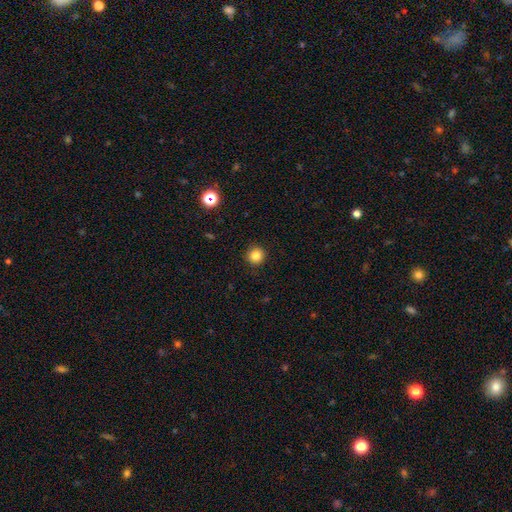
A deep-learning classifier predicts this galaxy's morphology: This appears to be a smooth galaxy with no disk features (82%) that is round (95%). Merging: none (92%).